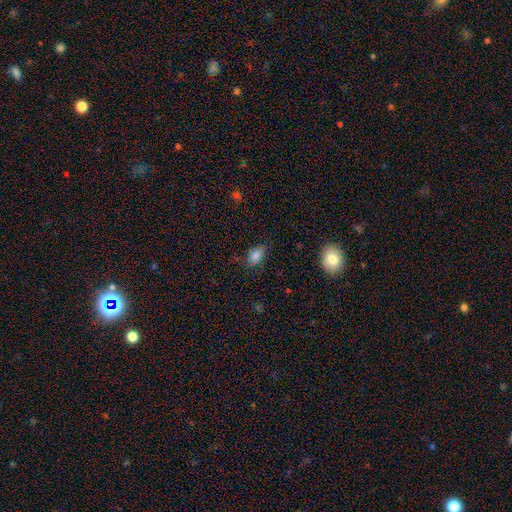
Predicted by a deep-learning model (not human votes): The model was most divided on "merging": none: 74%, minor disturbance: 20%, major disturbance: 5%, merger: 2%. More confident: how rounded — in between (88%); smooth or featured — smooth (82%).